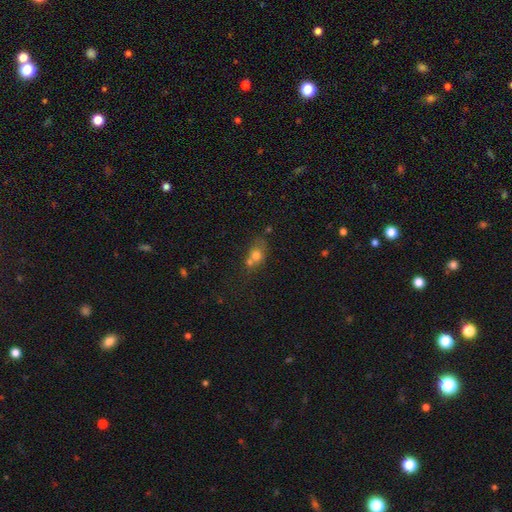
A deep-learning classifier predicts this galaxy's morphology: A smooth galaxy with no disk features (70%) that is round (55%). Merging: merger (50%).